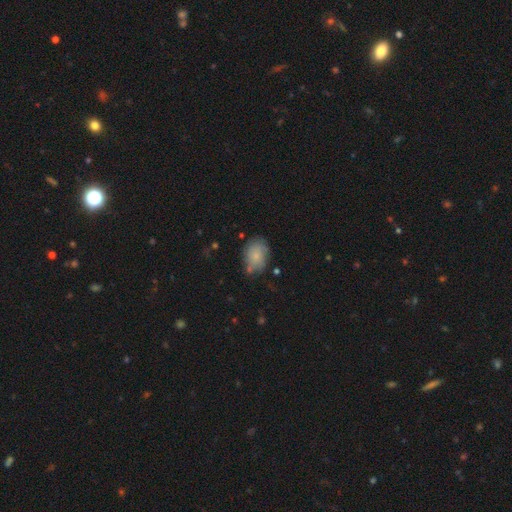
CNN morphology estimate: A smooth galaxy with no disk features (75%) that is in between round and cigar-shaped (72%).

Vote fractions:
- Smooth or featured? smooth: 75% / featured or disk: 17% / star or artifact: 8%
- How rounded? in between: 72% / round: 26% / cigar-shaped: 1%
- Merging? none: 66% / minor disturbance: 22% / major disturbance: 6% / merger: 5%